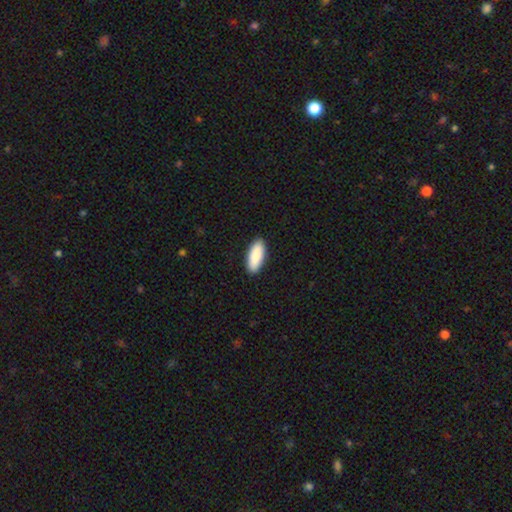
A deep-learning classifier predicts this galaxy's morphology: Overall: smooth (89%). How rounded: in between (79%). Merging: none (90%).